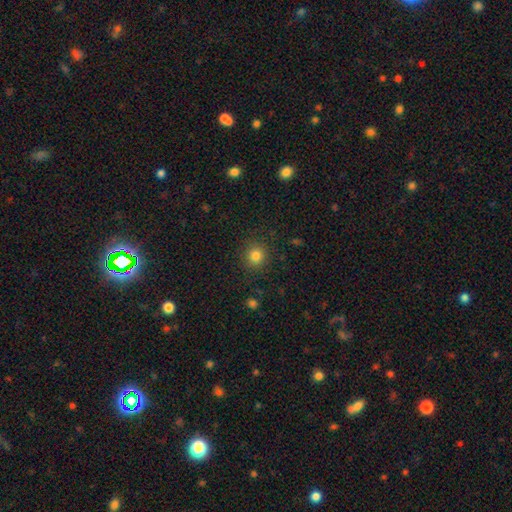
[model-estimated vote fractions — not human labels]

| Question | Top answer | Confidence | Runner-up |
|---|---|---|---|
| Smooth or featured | smooth | 82% | star or artifact (13%) |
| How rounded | round | 91% | in between (8%) |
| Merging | none | 89% | minor disturbance (7%) |